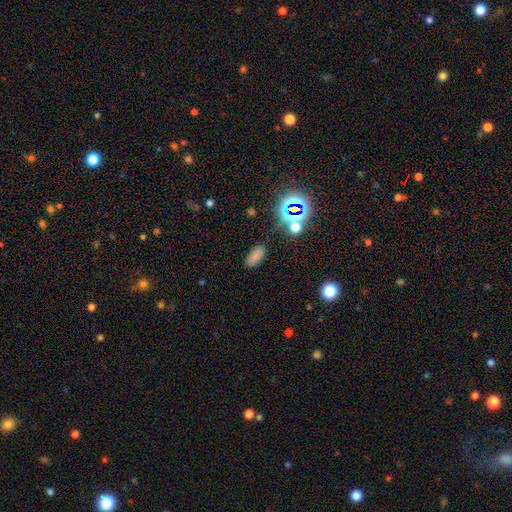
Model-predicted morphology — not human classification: Smooth or featured?
  - smooth: 70% *
  - star or artifact: 21%
  - featured or disk: 9%
How rounded?
  - in between: 91% *
  - round: 5%
  - cigar-shaped: 4%
Merging?
  - none: 83% *
  - minor disturbance: 11%
  - major disturbance: 3%
  - merger: 2%